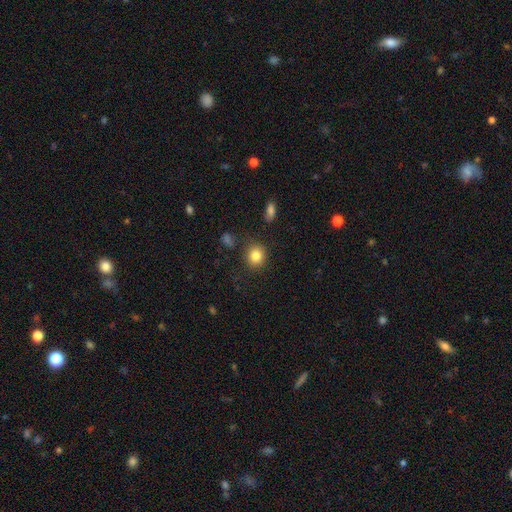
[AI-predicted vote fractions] This appears to be a smooth galaxy with no disk features (83%) that is round (81%). Merging: none (85%).